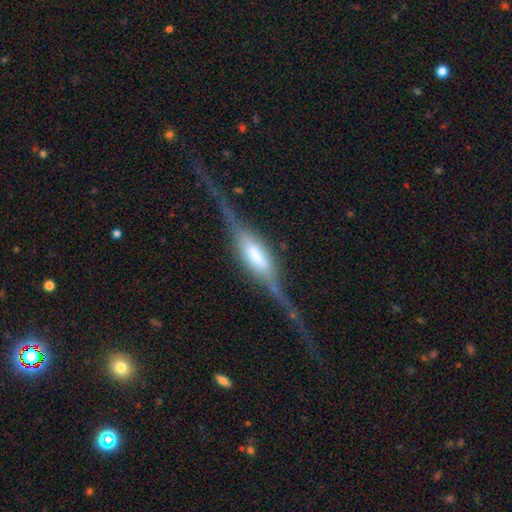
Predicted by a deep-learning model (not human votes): The model was most divided on "edge-on bulge": boxy: 47%, rounded: 45%, none: 8%. More confident: edge-on disk — yes (93%); smooth or featured — featured or disk (79%); merging — none (64%).